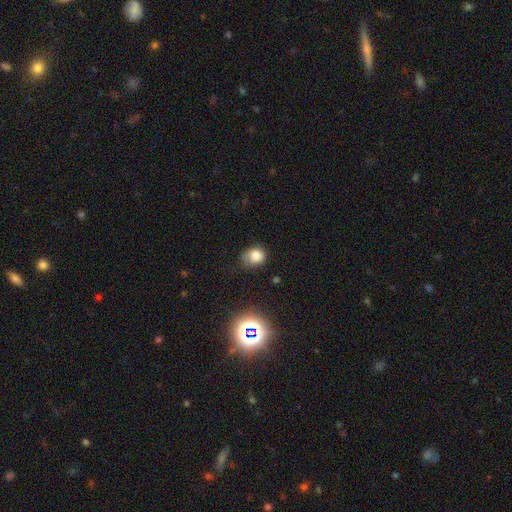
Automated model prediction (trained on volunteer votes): smooth 79%, star or artifact 13%, featured or disk 8%. Down the decision tree: how rounded — round (65%); merging — none (47%).